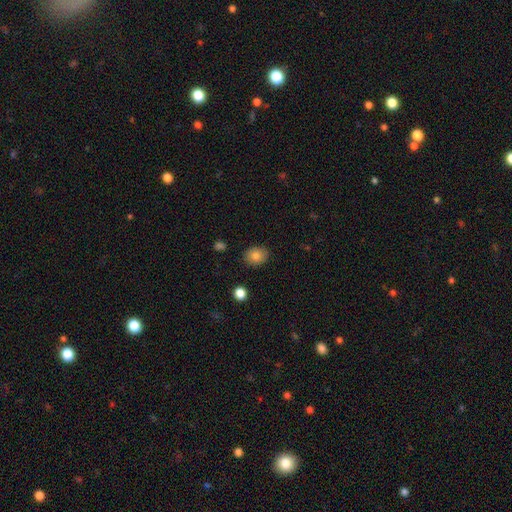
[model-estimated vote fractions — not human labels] smooth-or-featured: smooth: 84% | star or artifact: 9% | featured or disk: 7%
  how-rounded: round: 50% | in between: 49% | cigar-shaped: 1%
  merging: none: 87% | minor disturbance: 9% | major disturbance: 2% | merger: 1%